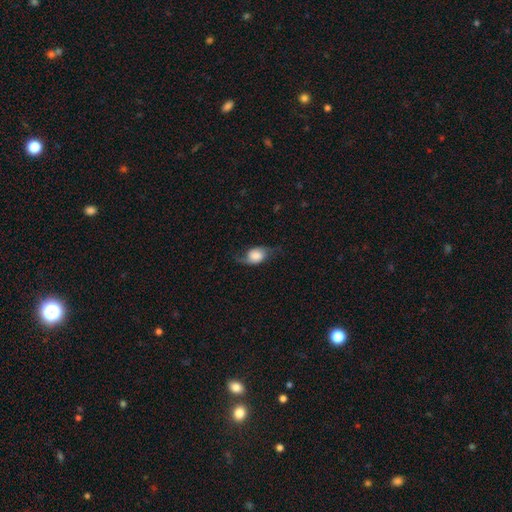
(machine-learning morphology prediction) The model was most divided on "smooth or featured": smooth: 47%, featured or disk: 44%, star or artifact: 9%. More confident: merging — none (57%).